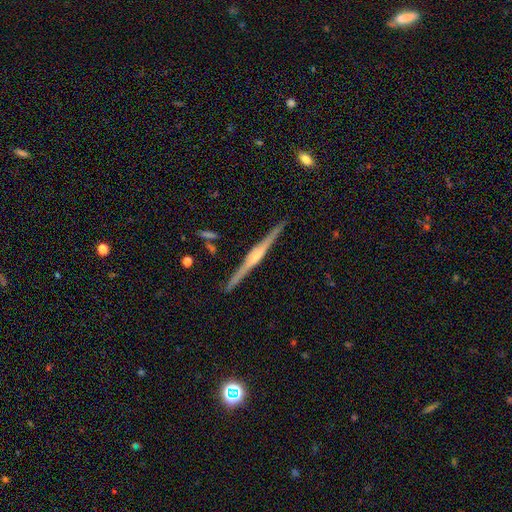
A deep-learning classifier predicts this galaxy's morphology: Smooth or featured? Predicted: featured or disk (p=0.85). Edge-on disk? Predicted: yes (p=0.99). Edge-on bulge? Predicted: rounded (p=0.82). Merging? Predicted: none (p=0.92).